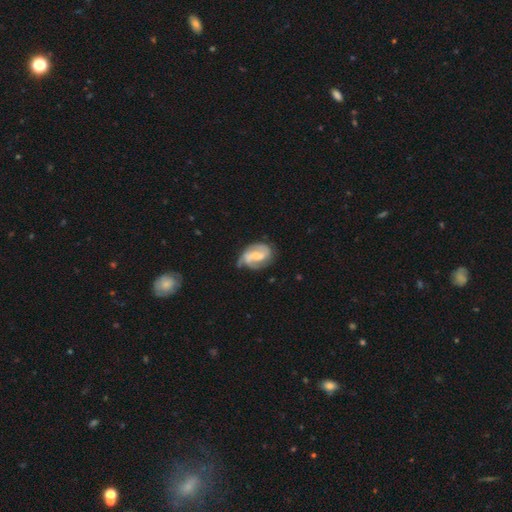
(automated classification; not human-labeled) smooth-or-featured: featured or disk: 76% | smooth: 18% | star or artifact: 6%
  disk-edge-on: no: 97% | yes: 3%
    bar: weak: 51% | strong: 26% | no: 23%
    has-spiral-arms: yes: 91% | no: 9%
      spiral-winding: medium: 44% | loose: 31% | tight: 25%
      spiral-arm-count: 2: 63% | can't tell: 14% | 3: 12% | 1: 8% | 4: 2% | more than 4: 2%
    bulge-size: small: 44% | moderate: 42% | none: 9% | large: 4% | dominant: 1%
  merging: none: 51% | minor disturbance: 30% | major disturbance: 16% | merger: 3%